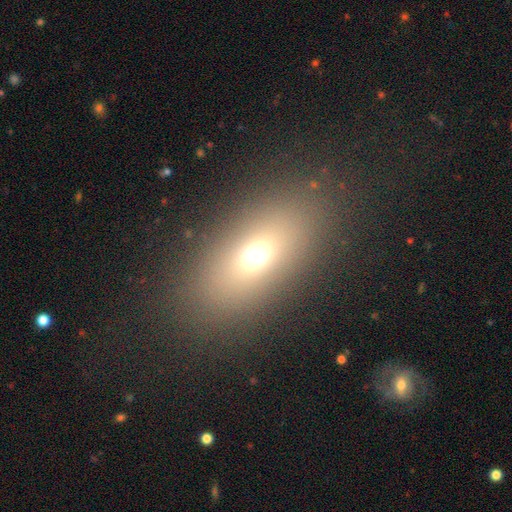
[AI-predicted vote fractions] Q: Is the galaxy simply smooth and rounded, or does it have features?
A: smooth — 66%.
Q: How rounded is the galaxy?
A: in between — 81%.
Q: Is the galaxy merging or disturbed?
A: none — 85%.